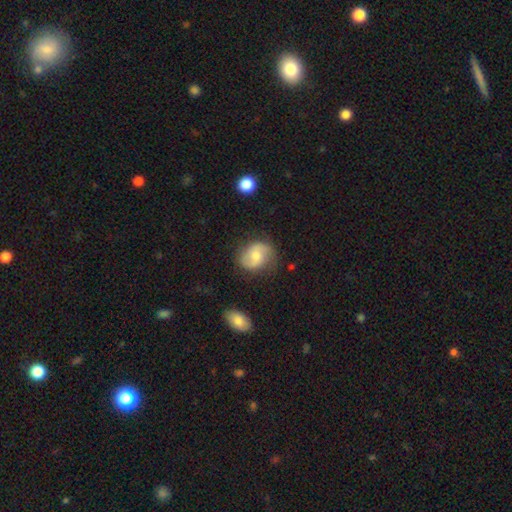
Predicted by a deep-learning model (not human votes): Smooth or featured? Predicted: featured or disk (p=0.55). Edge-on disk? Predicted: no (p=0.97). Bar? Predicted: no (p=0.54). Spiral arms? Predicted: yes (p=0.88). Bulge size? Predicted: moderate (p=0.56). Merging? Predicted: none (p=0.72).